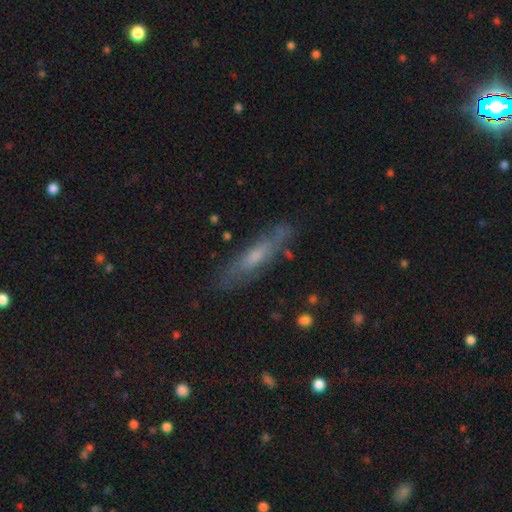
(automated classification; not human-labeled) A featured or disk galaxy (52%) viewed edge-on (65%).

Vote fractions:
- Smooth or featured? featured or disk: 52% / smooth: 34% / star or artifact: 15%
- Edge-on disk? yes: 65% / no: 35%
- Merging? none: 80% / minor disturbance: 14% / major disturbance: 4% / merger: 2%